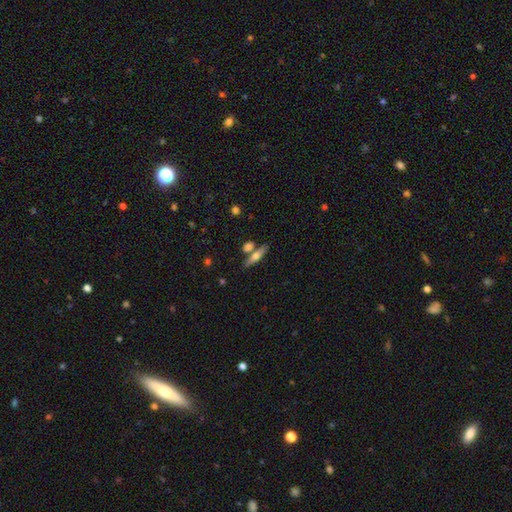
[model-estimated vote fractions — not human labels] Morphology: type=smooth (50%); roundness=cigar-shaped (72%); merging=none (68%).